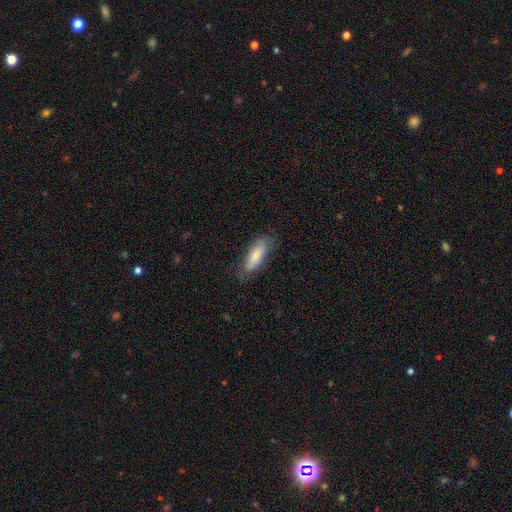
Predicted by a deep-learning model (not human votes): This is likely a smooth galaxy (78%). How rounded: possibly in between (53%). Merging: likely none (75%).